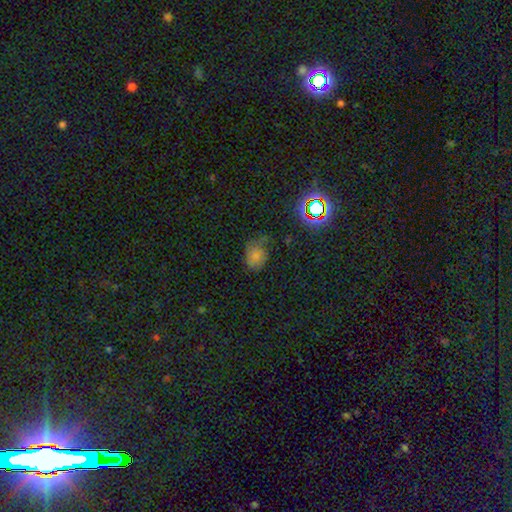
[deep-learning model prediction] Overall: smooth (55%; star or artifact 23%). How rounded: round (50%; in between 48%). Merging: none (50%; minor disturbance 32%).